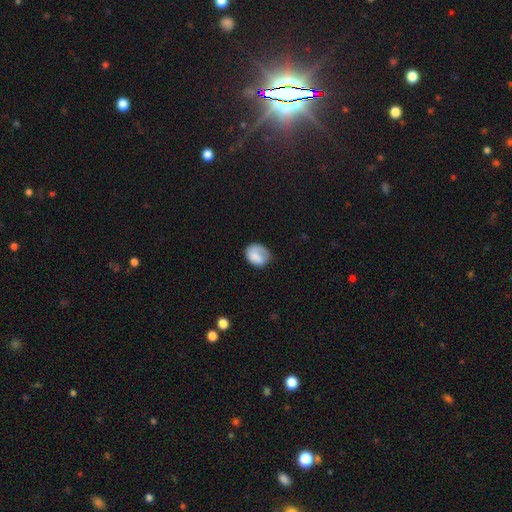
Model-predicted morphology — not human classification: The model was most divided on "how rounded": round: 52%, in between: 47%, cigar-shaped: 1%. More confident: smooth or featured — smooth (72%); merging — none (53%).